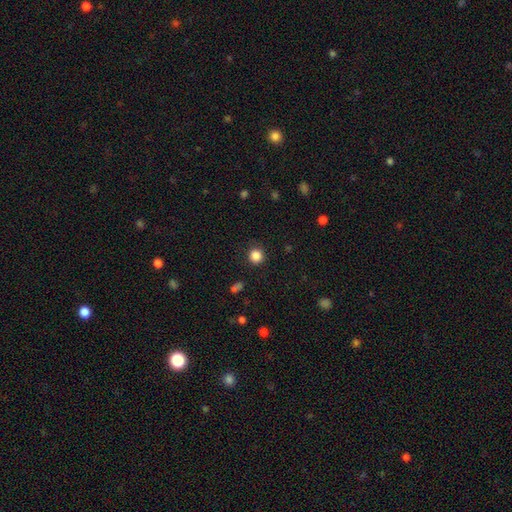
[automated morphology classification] This appears to be a smooth galaxy with no disk features (85%) that is round (93%). Merging: none (89%).